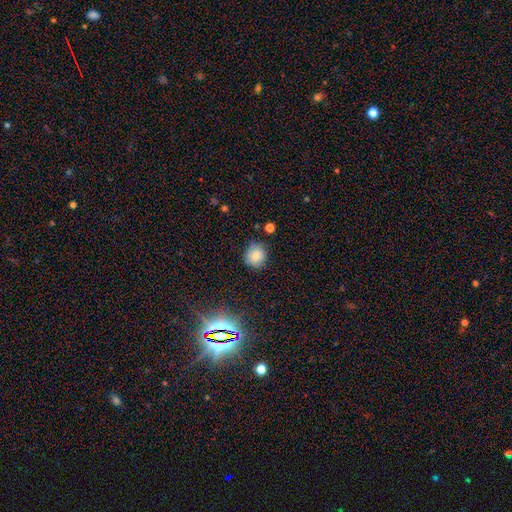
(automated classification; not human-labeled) Smooth or featured?
  - smooth: 79% *
  - star or artifact: 13%
  - featured or disk: 8%
How rounded?
  - round: 85% *
  - in between: 14%
  - cigar-shaped: 1%
Merging?
  - none: 78% *
  - minor disturbance: 17%
  - major disturbance: 3%
  - merger: 2%